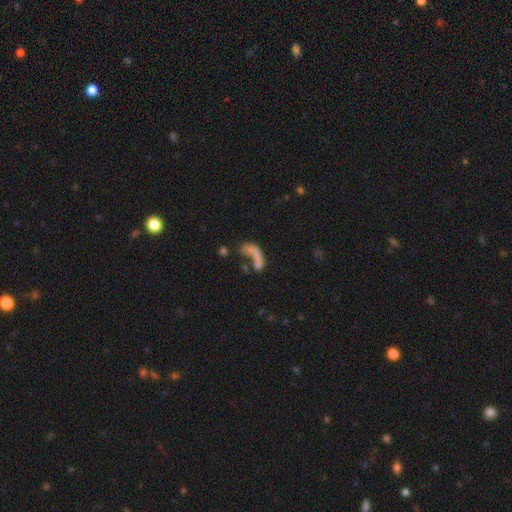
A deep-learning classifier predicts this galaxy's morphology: A smooth galaxy with no disk features (48%).

Vote fractions:
- Smooth or featured? smooth: 48% / featured or disk: 37% / star or artifact: 15%
- Merging? major disturbance: 36% / merger: 26% / none: 26% / minor disturbance: 12%